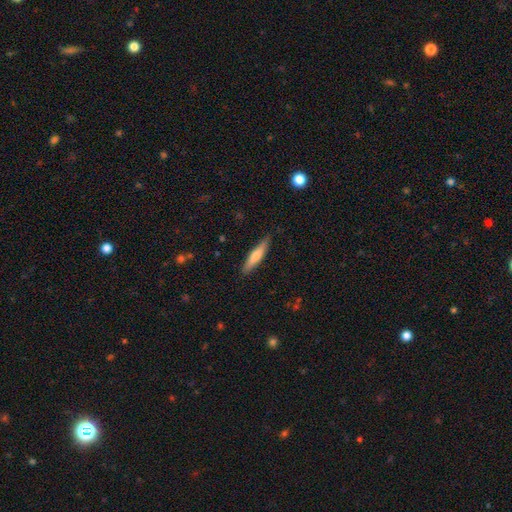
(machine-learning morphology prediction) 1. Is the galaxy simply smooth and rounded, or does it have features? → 62% smooth, 32% featured or disk, 6% star or artifact.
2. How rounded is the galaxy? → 86% cigar-shaped, 13% in between, 1% round.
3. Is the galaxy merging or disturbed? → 87% none, 10% minor disturbance, 2% major disturbance, 1% merger.